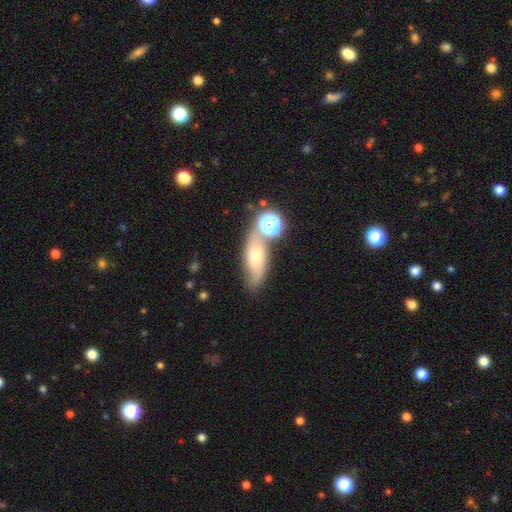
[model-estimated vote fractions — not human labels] This appears to be a smooth galaxy with no disk features (56%) that is in between round and cigar-shaped (67%). Merging: none (53%).